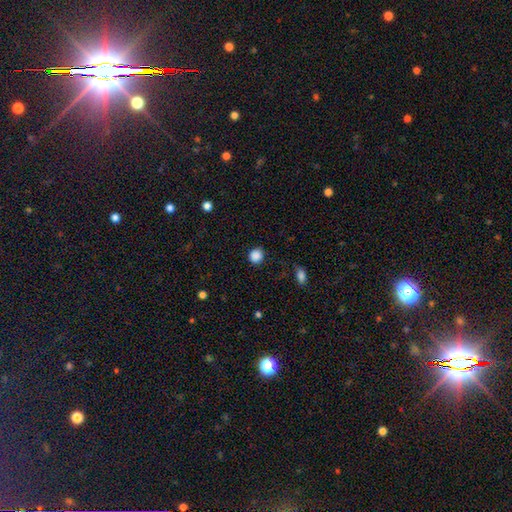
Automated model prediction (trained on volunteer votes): Smooth or featured? Predicted: smooth (p=0.87). How rounded? Predicted: round (p=0.87). Merging? Predicted: none (p=0.88).